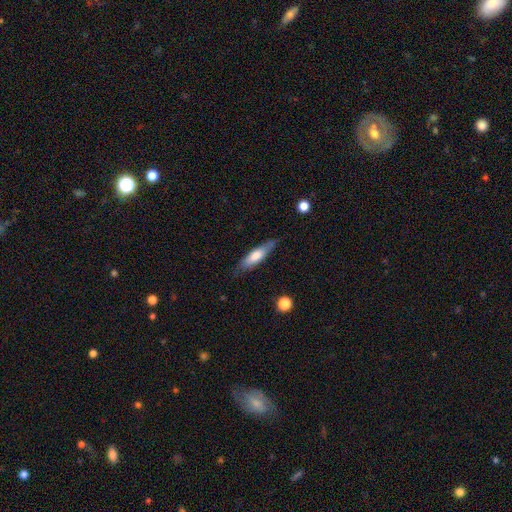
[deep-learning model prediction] This appears to be a smooth galaxy with no disk features (62%) that is cigar-shaped (67%). Merging: none (78%).